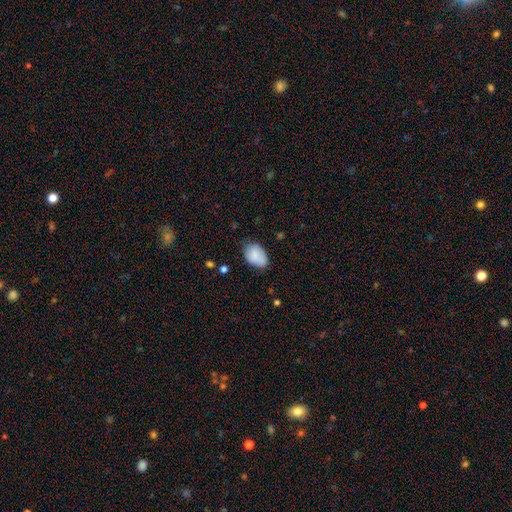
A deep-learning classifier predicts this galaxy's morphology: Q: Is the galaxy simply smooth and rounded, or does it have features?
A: smooth — 86%.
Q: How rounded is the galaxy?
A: in between — 86%.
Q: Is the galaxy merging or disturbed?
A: none — 68%.